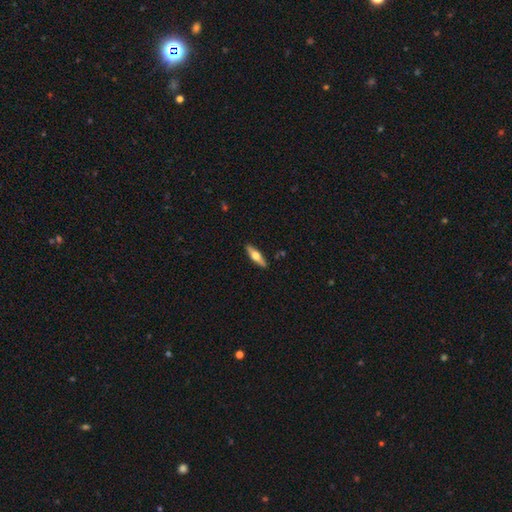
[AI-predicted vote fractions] A featured or disk galaxy (54%) viewed edge-on (93%). Merging: none (90%).